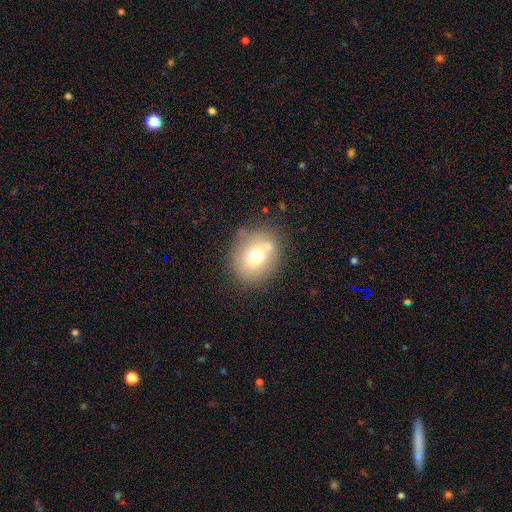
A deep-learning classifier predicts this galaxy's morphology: type=smooth (65%); roundness=round (67%); merging=none (71%).